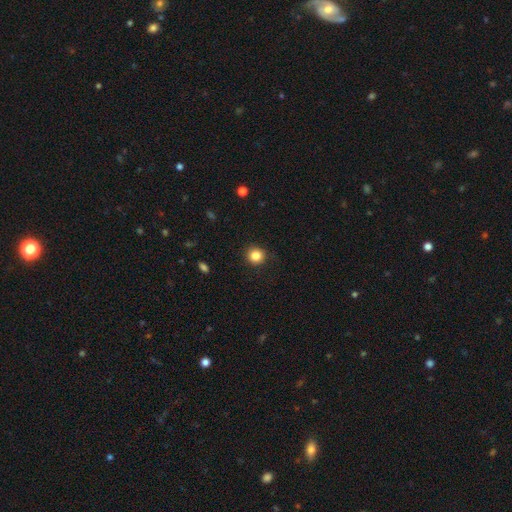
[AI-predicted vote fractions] This is clearly a smooth galaxy (85%). How rounded: clearly round (92%). Merging: clearly none (89%).